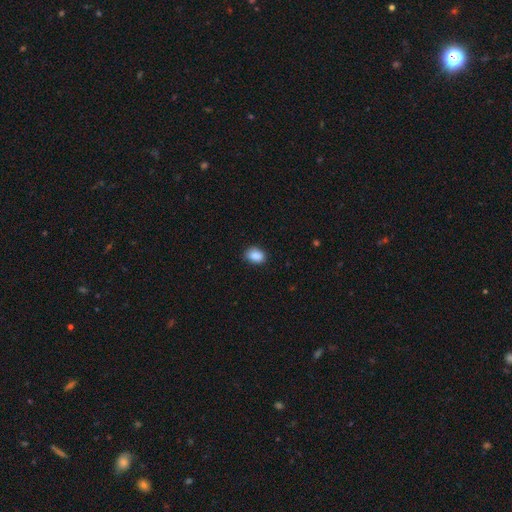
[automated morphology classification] Smooth or featured: smooth — 88% (star or artifact — 8%)
How rounded: in between — 73% (round — 26%)
Merging: none — 82% (minor disturbance — 15%)